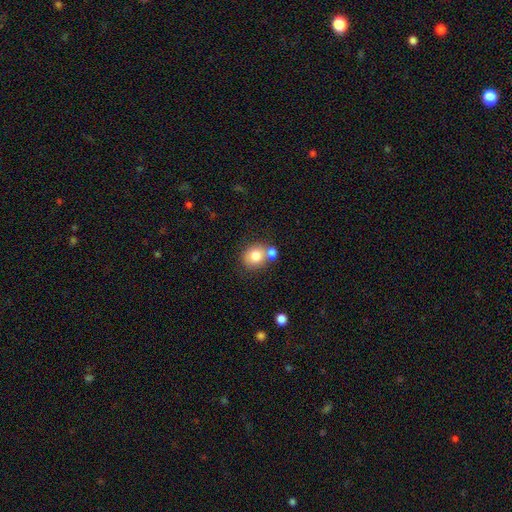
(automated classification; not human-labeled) Smooth or featured: smooth — 80% (featured or disk — 11%)
How rounded: round — 73% (in between — 26%)
Merging: none — 53% (merger — 33%)